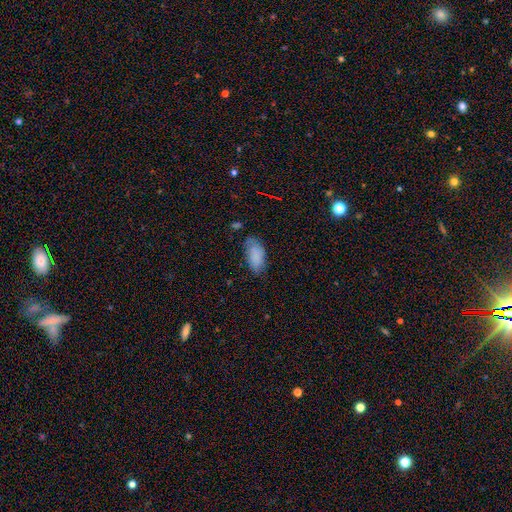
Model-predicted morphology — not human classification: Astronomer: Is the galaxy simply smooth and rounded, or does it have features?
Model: smooth — 81%.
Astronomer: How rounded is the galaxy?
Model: in between — 93%.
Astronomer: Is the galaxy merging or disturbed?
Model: none — 61%.